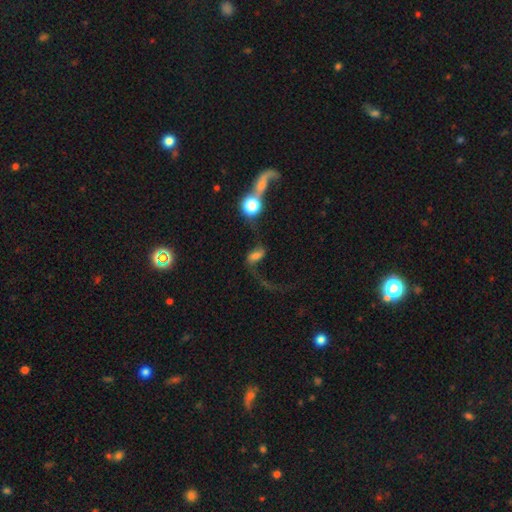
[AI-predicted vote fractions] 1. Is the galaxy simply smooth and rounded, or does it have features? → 52% featured or disk, 34% smooth, 14% star or artifact.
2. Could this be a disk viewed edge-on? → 93% no, 7% yes.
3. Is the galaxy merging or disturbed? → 35% major disturbance, 29% none, 25% merger, 12% minor disturbance.